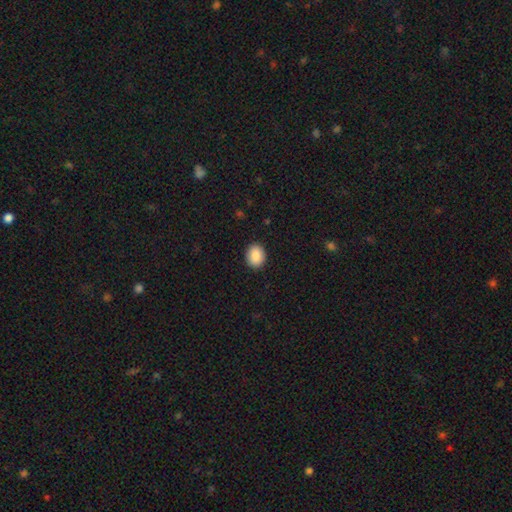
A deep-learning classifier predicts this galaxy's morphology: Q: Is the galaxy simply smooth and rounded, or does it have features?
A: smooth — 88%.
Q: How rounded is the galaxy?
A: round — 50%.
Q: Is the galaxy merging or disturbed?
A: none — 91%.